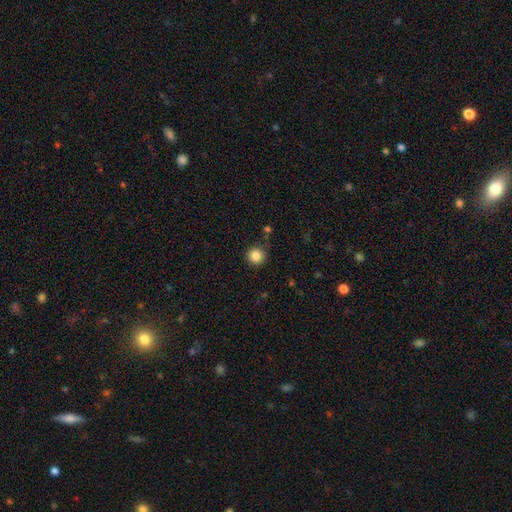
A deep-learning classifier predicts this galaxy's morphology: This is clearly a smooth galaxy (85%). How rounded: clearly round (94%). Merging: clearly none (87%).